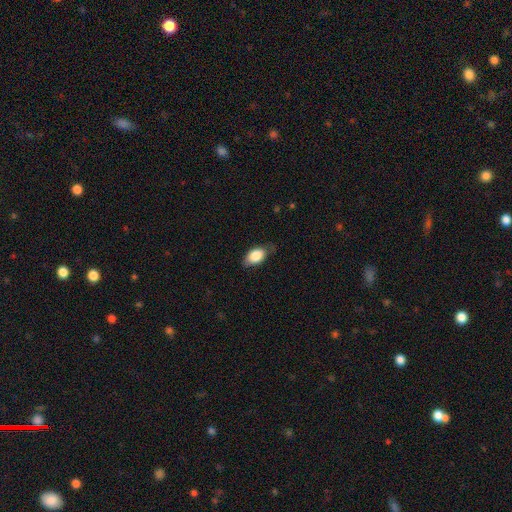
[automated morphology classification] smooth_or_featured: smooth (p=0.84) [alt: featured or disk p=0.10]
how_rounded: in between (p=0.91) [alt: round p=0.07]
merging: none (p=0.69) [alt: minor disturbance p=0.24]